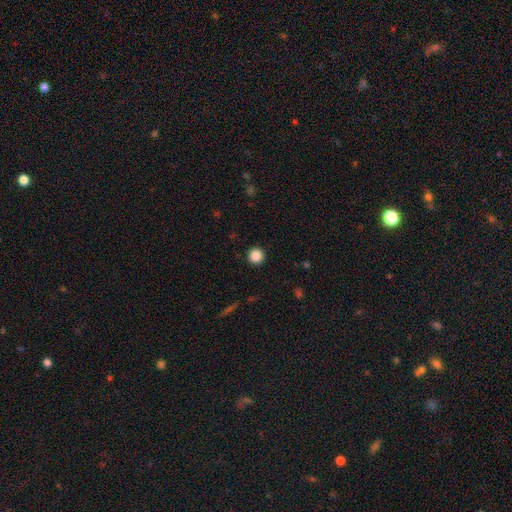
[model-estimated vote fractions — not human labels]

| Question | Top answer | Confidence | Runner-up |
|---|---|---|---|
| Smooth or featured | smooth | 86% | star or artifact (10%) |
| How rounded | round | 96% | in between (3%) |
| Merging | none | 93% | minor disturbance (4%) |